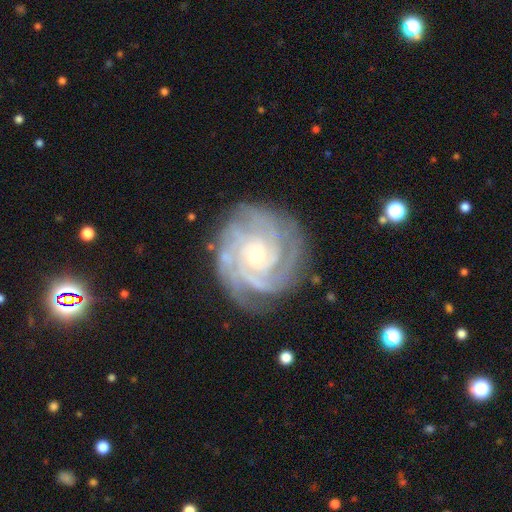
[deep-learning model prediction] Q: Smooth or featured?
A: featured or disk (88%); runner-up: smooth (6%)
Q: Edge-on disk?
A: no (98%); runner-up: yes (2%)
Q: Bar?
A: no (75%); runner-up: weak (19%)
Q: Spiral arms?
A: yes (97%); runner-up: no (3%)
Q: Spiral winding?
A: tight (77%); runner-up: medium (20%)
Q: Spiral arm count?
A: 4 (26%); runner-up: 3 (24%)
Q: Bulge size?
A: small (67%); runner-up: moderate (29%)
Q: Merging?
A: none (77%); runner-up: minor disturbance (15%)